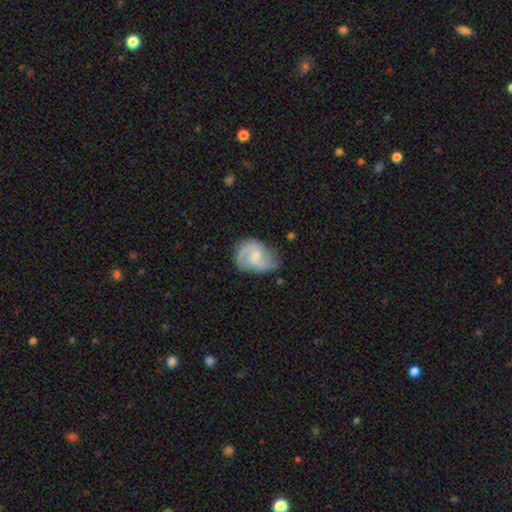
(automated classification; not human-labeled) Smooth or featured? Predicted: featured or disk (p=0.74). Edge-on disk? Predicted: no (p=0.98). Bar? Predicted: no (p=0.54). Spiral arms? Predicted: yes (p=0.93). Spiral winding? Predicted: medium (p=0.49). Spiral arm count? Predicted: 2 (p=0.75). Bulge size? Predicted: small (p=0.59). Merging? Predicted: none (p=0.63).